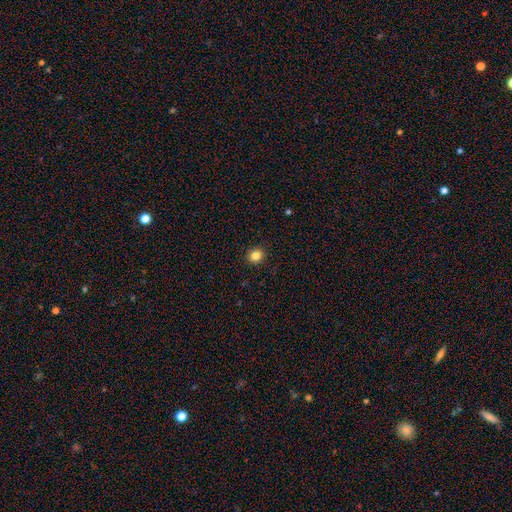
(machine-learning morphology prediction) smooth_or_featured: smooth (p=0.84) [alt: star or artifact p=0.12]
how_rounded: round (p=0.82) [alt: in between p=0.17]
merging: none (p=0.92) [alt: minor disturbance p=0.05]